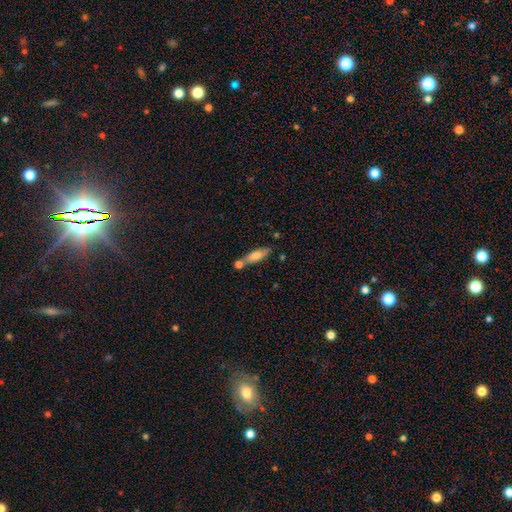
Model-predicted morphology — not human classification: Smooth or featured?
  - smooth: 67% *
  - featured or disk: 26%
  - star or artifact: 7%
How rounded?
  - cigar-shaped: 57% *
  - in between: 40%
  - round: 3%
Merging?
  - none: 57% *
  - merger: 26%
  - minor disturbance: 13%
  - major disturbance: 3%